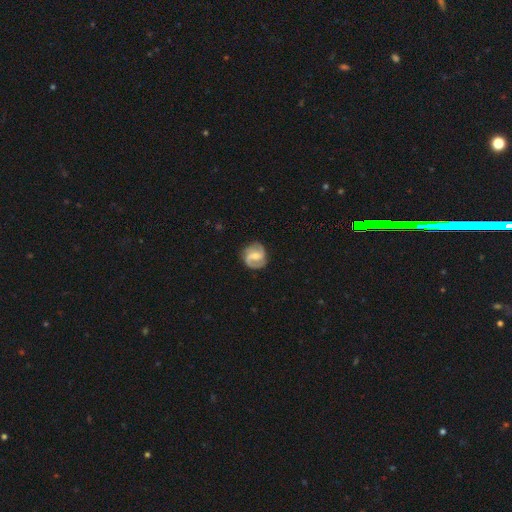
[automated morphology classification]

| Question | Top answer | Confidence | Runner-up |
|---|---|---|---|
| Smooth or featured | featured or disk | 79% | smooth (16%) |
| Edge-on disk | no | 98% | yes (2%) |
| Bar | weak | 51% | strong (28%) |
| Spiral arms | yes | 94% | no (6%) |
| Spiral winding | medium | 48% | tight (27%) |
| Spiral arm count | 2 | 87% | can't tell (5%) |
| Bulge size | moderate | 47% | small (43%) |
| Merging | none | 80% | minor disturbance (14%) |